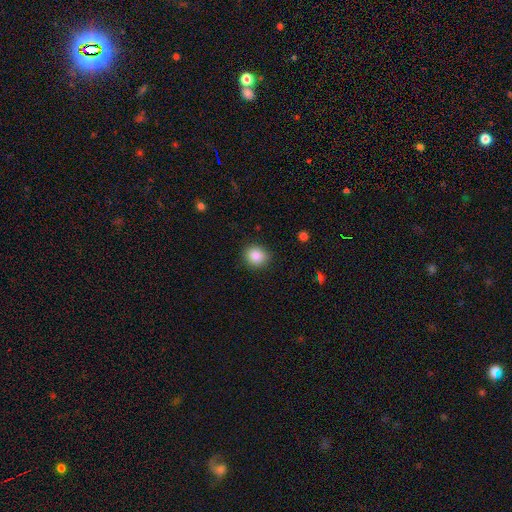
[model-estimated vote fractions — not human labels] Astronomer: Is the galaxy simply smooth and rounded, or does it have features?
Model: smooth — 87%.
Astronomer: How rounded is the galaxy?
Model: round — 74%.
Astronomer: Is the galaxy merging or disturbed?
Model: none — 85%.